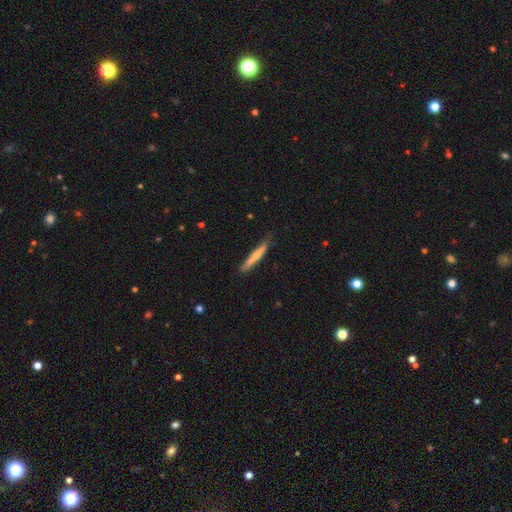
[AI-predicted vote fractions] Smooth or featured? Predicted: smooth (p=0.61). How rounded? Predicted: cigar-shaped (p=0.95). Merging? Predicted: none (p=0.76).